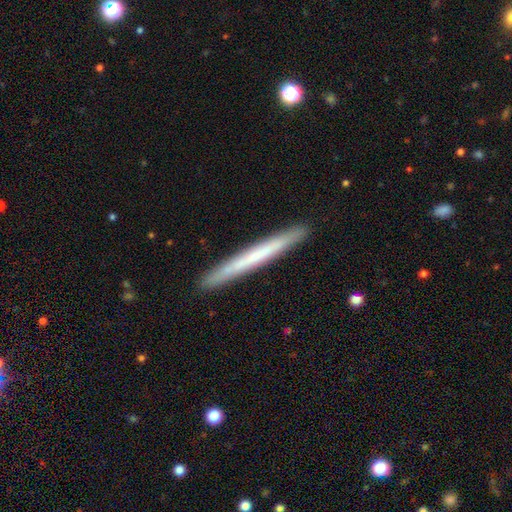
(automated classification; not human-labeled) A smooth galaxy with no disk features (53%) that is cigar-shaped (97%).

Vote fractions:
- Smooth or featured? smooth: 53% / featured or disk: 42% / star or artifact: 6%
- How rounded? cigar-shaped: 97% / in between: 1% / round: 1%
- Merging? none: 92% / minor disturbance: 6% / major disturbance: 1% / merger: 1%